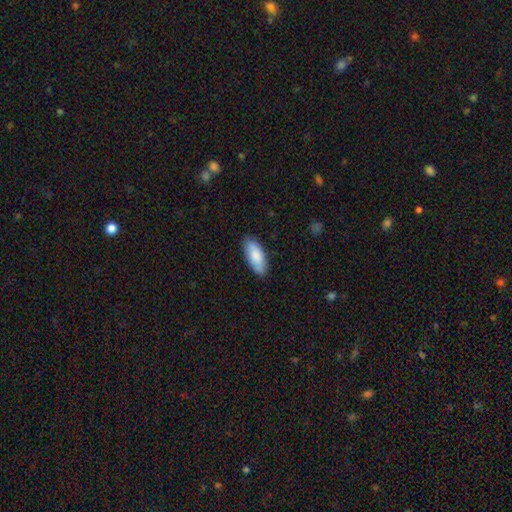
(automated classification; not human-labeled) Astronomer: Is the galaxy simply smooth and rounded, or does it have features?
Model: smooth — 84%.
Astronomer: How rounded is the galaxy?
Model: in between — 85%.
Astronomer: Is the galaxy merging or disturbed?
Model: none — 86%.